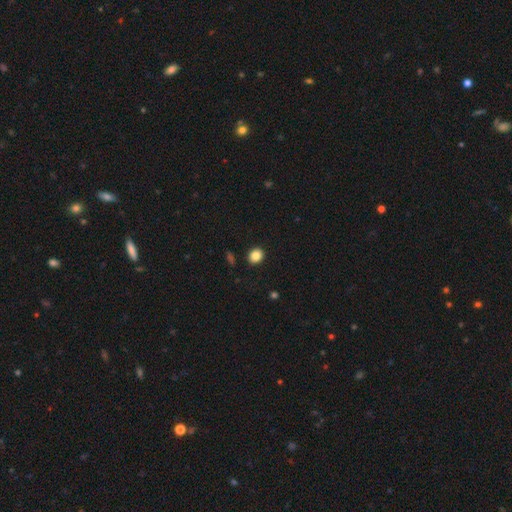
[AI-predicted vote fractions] This is clearly a smooth galaxy (85%). How rounded: likely round (68%). Merging: clearly none (91%).